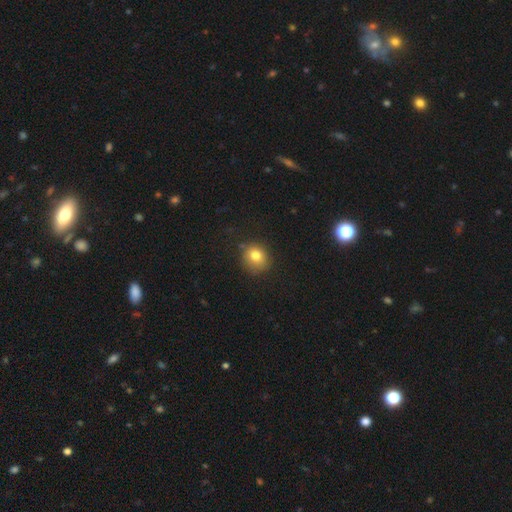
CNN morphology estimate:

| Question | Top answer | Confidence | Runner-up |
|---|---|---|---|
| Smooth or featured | smooth | 79% | star or artifact (12%) |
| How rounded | round | 78% | in between (21%) |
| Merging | none | 76% | minor disturbance (17%) |